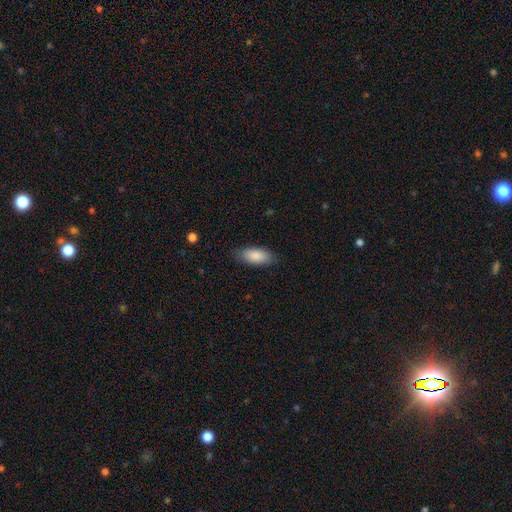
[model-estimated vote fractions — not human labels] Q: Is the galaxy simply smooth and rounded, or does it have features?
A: smooth — 88%.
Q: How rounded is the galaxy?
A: in between — 87%.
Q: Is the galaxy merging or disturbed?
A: none — 83%.